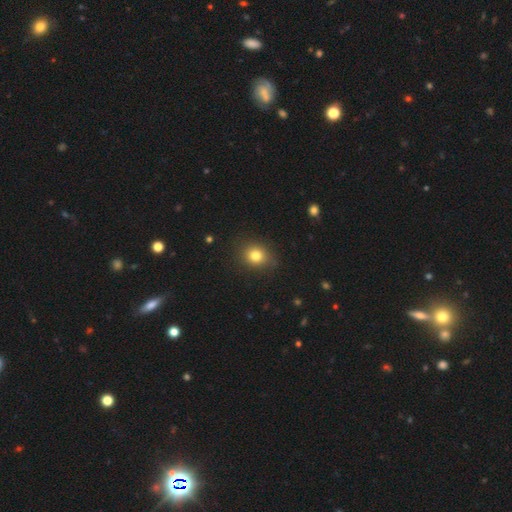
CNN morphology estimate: A smooth galaxy with no disk features (80%) that is round (69%).

Vote fractions:
- Smooth or featured? smooth: 80% / star or artifact: 12% / featured or disk: 8%
- How rounded? round: 69% / in between: 30% / cigar-shaped: 1%
- Merging? none: 83% / minor disturbance: 12% / major disturbance: 3% / merger: 1%